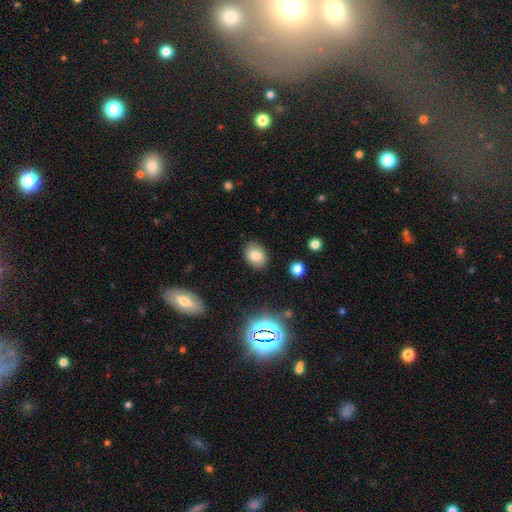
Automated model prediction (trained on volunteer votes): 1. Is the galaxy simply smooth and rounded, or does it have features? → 79% smooth, 11% star or artifact, 9% featured or disk.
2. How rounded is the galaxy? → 62% in between, 37% round, 1% cigar-shaped.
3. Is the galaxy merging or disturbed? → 87% none, 9% minor disturbance, 3% major disturbance, 1% merger.